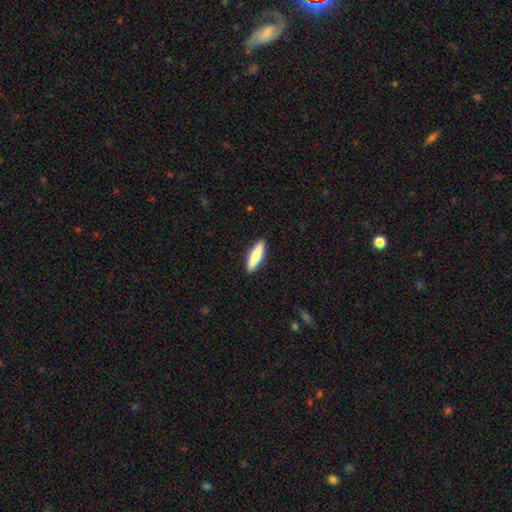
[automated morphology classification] smooth_or_featured: smooth (p=0.75) [alt: featured or disk p=0.20]
how_rounded: cigar-shaped (p=0.73) [alt: in between p=0.26]
merging: none (p=0.90) [alt: minor disturbance p=0.07]